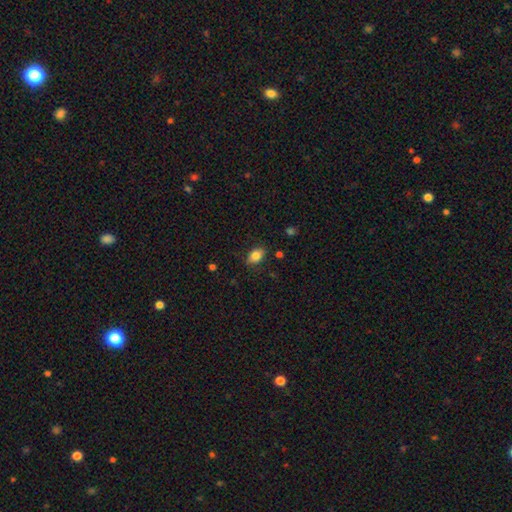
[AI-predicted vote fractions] This is clearly a smooth galaxy (82%). How rounded: clearly in between (84%). Merging: clearly none (83%).